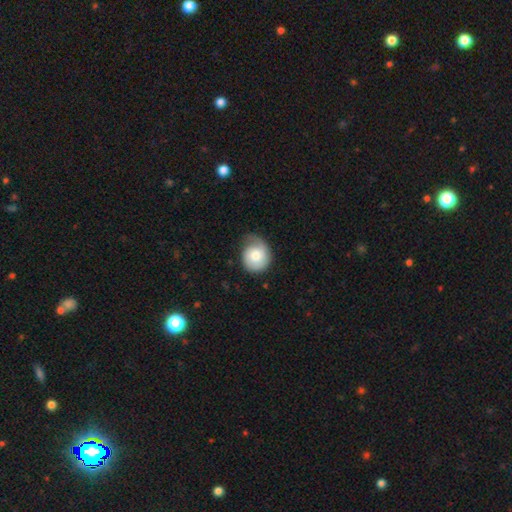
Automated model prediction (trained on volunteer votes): This appears to be a smooth galaxy with no disk features (69%) that is round (71%). Merging: none (47%).